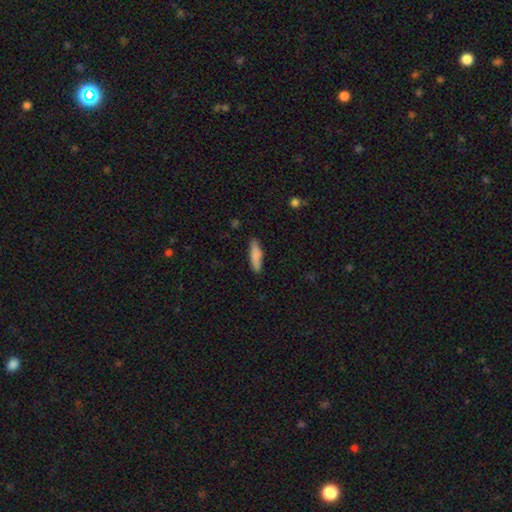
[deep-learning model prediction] Smooth or featured: smooth — 84% (featured or disk — 10%)
How rounded: cigar-shaped — 67% (in between — 31%)
Merging: none — 84% (minor disturbance — 12%)